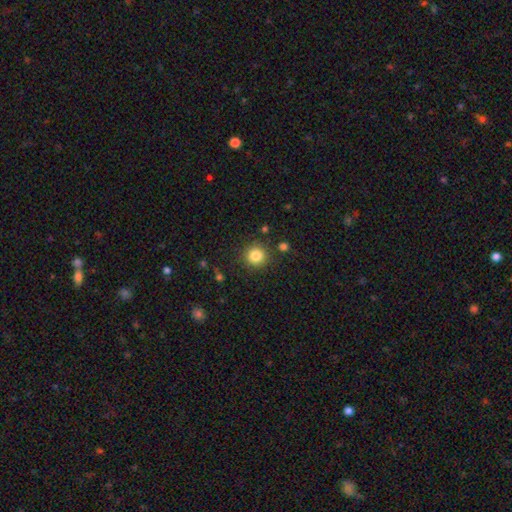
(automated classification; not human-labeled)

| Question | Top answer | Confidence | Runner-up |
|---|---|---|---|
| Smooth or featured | smooth | 84% | star or artifact (11%) |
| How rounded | round | 94% | in between (5%) |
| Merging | none | 88% | minor disturbance (7%) |